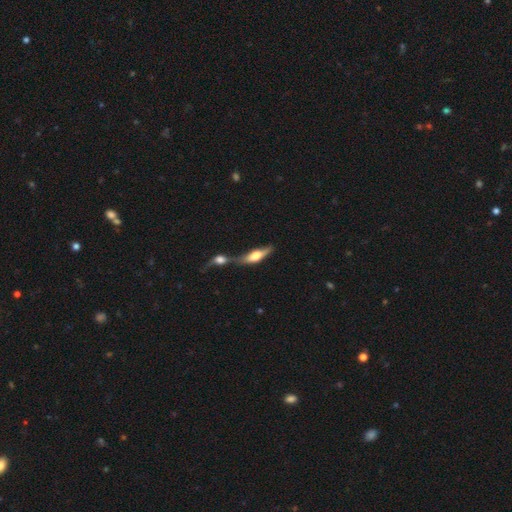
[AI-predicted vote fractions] Smooth or featured?
  - featured or disk: 50% *
  - smooth: 43%
  - star or artifact: 8%
Merging?
  - merger: 69% *
  - none: 17%
  - minor disturbance: 7%
  - major disturbance: 7%